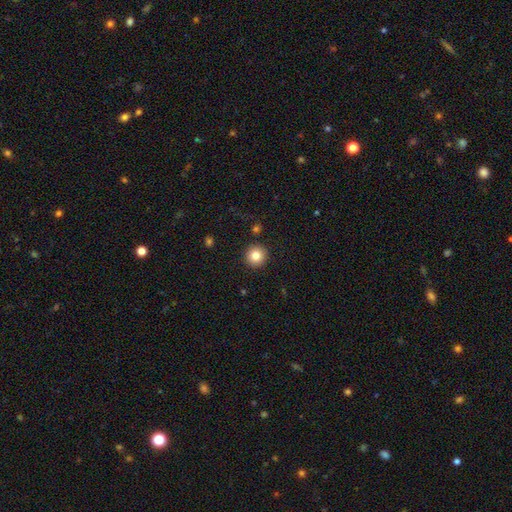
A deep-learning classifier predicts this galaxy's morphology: smooth_or_featured: smooth (p=0.84) [alt: star or artifact p=0.10]
how_rounded: round (p=0.95) [alt: in between p=0.04]
merging: none (p=0.91) [alt: minor disturbance p=0.05]